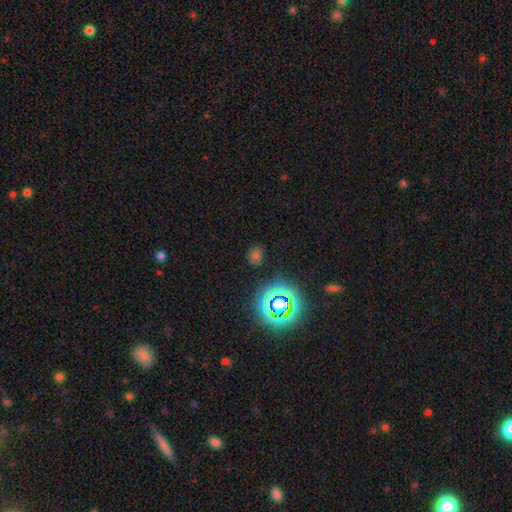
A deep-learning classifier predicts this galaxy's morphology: Q: Smooth or featured?
A: smooth (49%); runner-up: star or artifact (43%)
Q: Merging?
A: none (83%); runner-up: minor disturbance (10%)